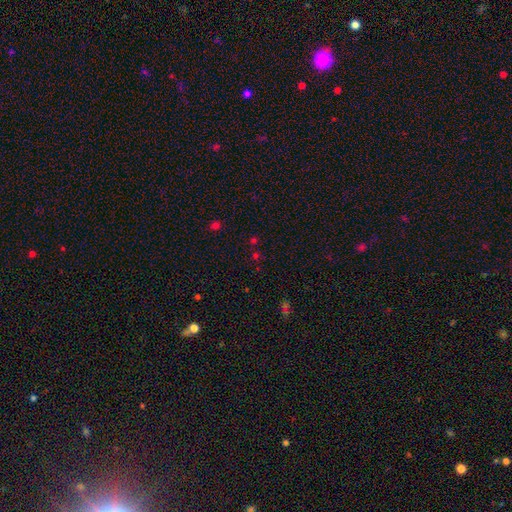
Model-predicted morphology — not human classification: Smooth or featured?
  - star or artifact: 52% *
  - smooth: 41%
  - featured or disk: 7%